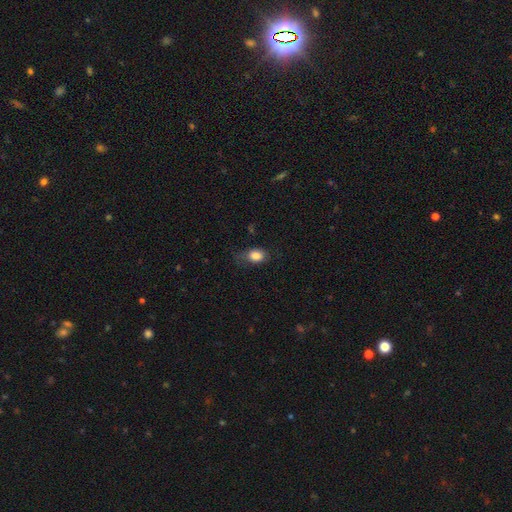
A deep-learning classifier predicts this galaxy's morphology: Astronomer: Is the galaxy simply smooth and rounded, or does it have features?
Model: smooth — 84%.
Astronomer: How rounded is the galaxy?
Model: in between — 71%.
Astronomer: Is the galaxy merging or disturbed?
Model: none — 59%.